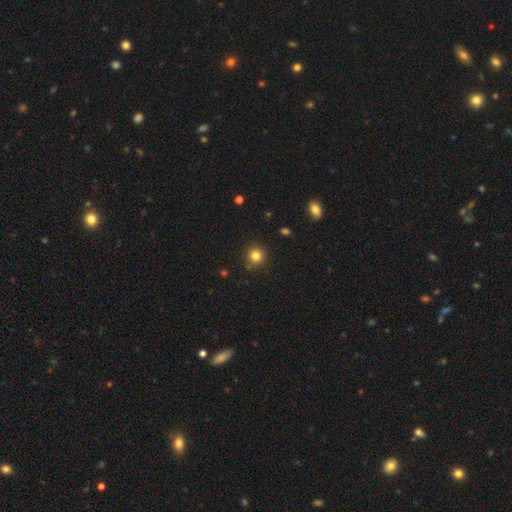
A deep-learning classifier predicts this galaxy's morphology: smooth-or-featured: smooth: 82% | star or artifact: 12% | featured or disk: 5%
  how-rounded: round: 92% | in between: 7% | cigar-shaped: 1%
  merging: none: 87% | minor disturbance: 9% | major disturbance: 2% | merger: 2%